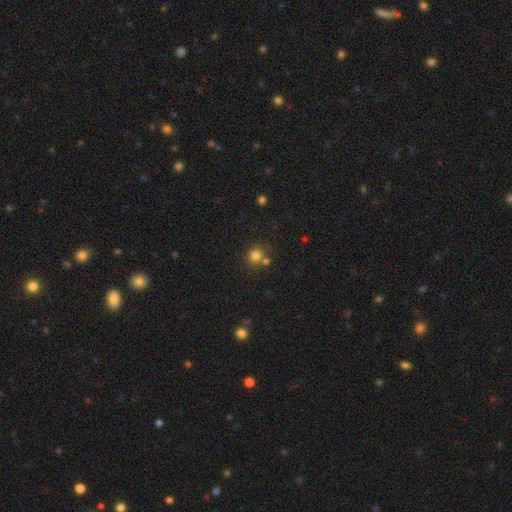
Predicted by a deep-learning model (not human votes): The model was most divided on "merging": none: 65%, merger: 23%, minor disturbance: 9%, major disturbance: 3%. More confident: how rounded — round (88%); smooth or featured — smooth (79%).